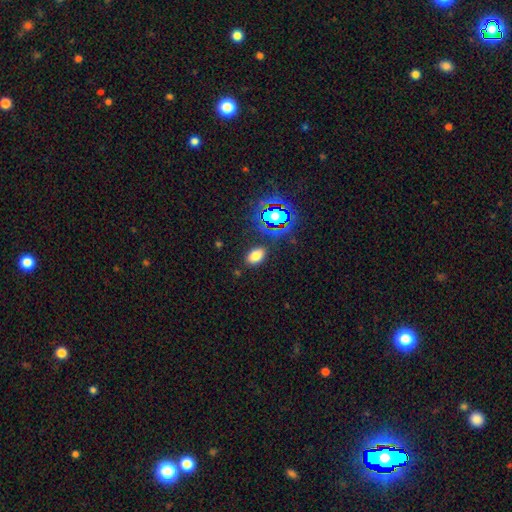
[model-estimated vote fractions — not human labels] This appears to be a smooth galaxy with no disk features (73%) that is in between round and cigar-shaped (85%). Merging: none (84%).